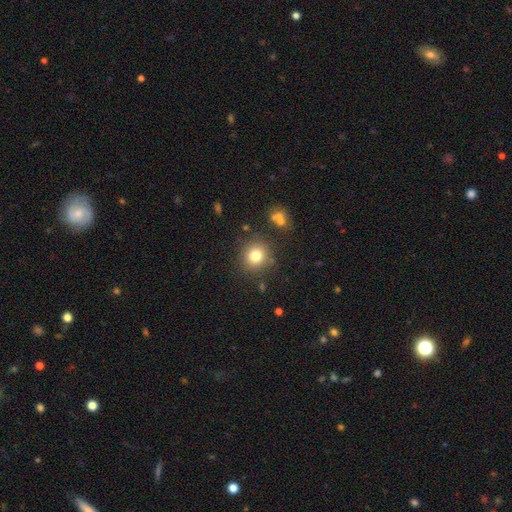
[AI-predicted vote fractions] Smooth or featured? Predicted: smooth (p=0.78). How rounded? Predicted: round (p=0.89). Merging? Predicted: none (p=0.84).